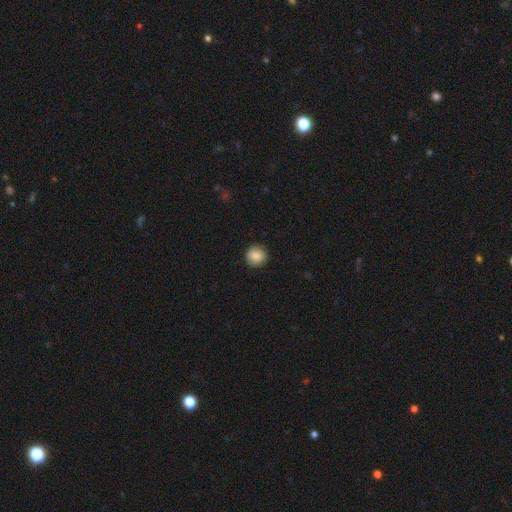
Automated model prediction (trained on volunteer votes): This appears to be a smooth galaxy with no disk features (87%) that is round (92%). Merging: none (90%).